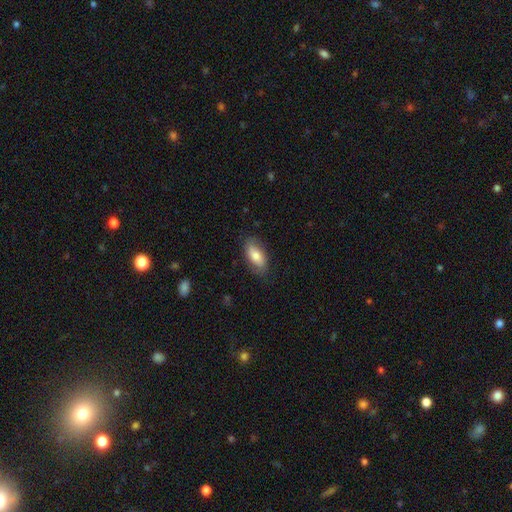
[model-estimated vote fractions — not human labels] A smooth galaxy with no disk features (72%) that is in between round and cigar-shaped (90%).

Vote fractions:
- Smooth or featured? smooth: 72% / featured or disk: 22% / star or artifact: 6%
- How rounded? in between: 90% / cigar-shaped: 6% / round: 4%
- Merging? none: 79% / minor disturbance: 16% / major disturbance: 4% / merger: 1%